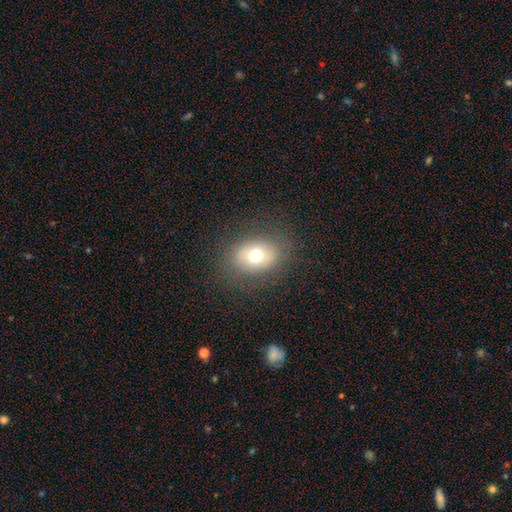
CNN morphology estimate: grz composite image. It shows a smooth galaxy with no disk features (68%) that is in between round and cigar-shaped (63%). Merging: none (81%).